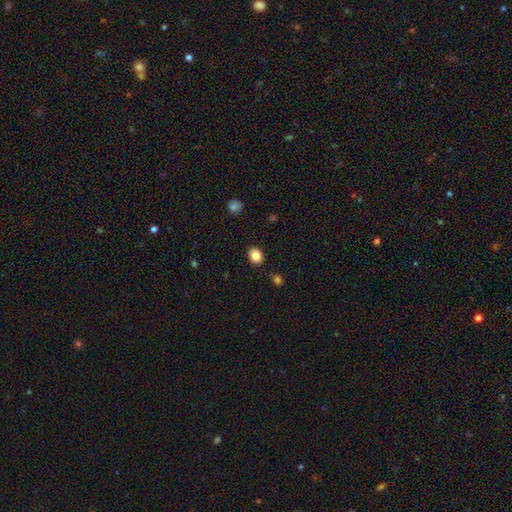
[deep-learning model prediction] Smooth or featured?
  - smooth: 84% *
  - star or artifact: 10%
  - featured or disk: 6%
How rounded?
  - in between: 55% *
  - round: 44%
  - cigar-shaped: 1%
Merging?
  - none: 88% *
  - minor disturbance: 9%
  - major disturbance: 2%
  - merger: 2%